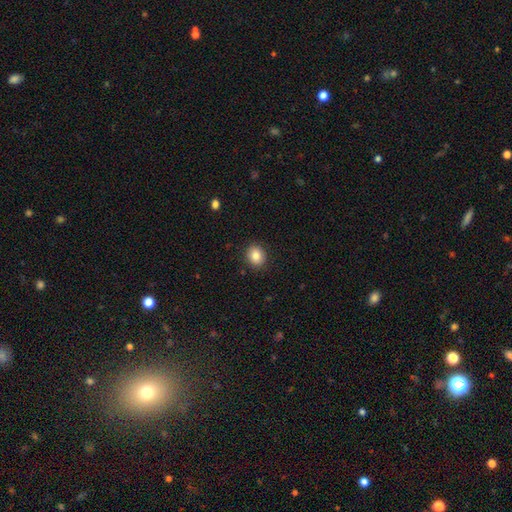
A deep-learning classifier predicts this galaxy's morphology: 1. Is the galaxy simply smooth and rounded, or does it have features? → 84% smooth, 9% star or artifact, 7% featured or disk.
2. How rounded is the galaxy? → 65% round, 34% in between, 1% cigar-shaped.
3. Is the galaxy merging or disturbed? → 90% none, 7% minor disturbance, 2% major disturbance, 1% merger.